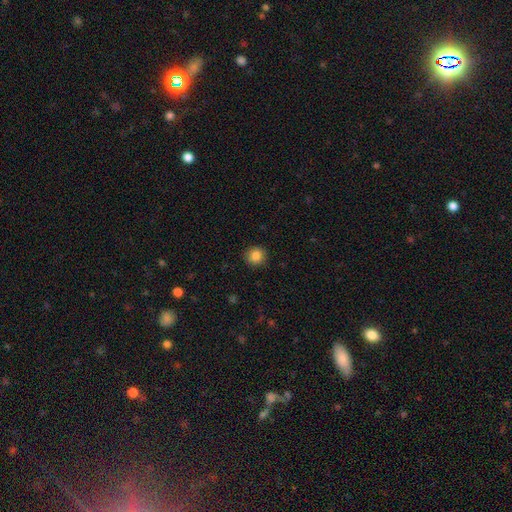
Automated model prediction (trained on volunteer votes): This is clearly a smooth galaxy (86%). How rounded: clearly round (89%). Merging: clearly none (90%).